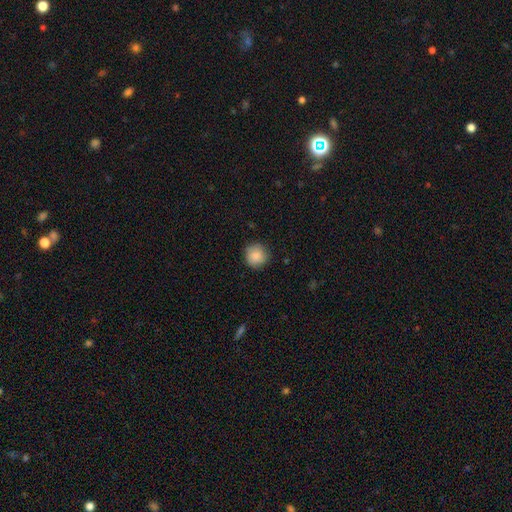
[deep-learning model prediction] Overall: smooth (87%). How rounded: round (94%). Merging: none (86%).